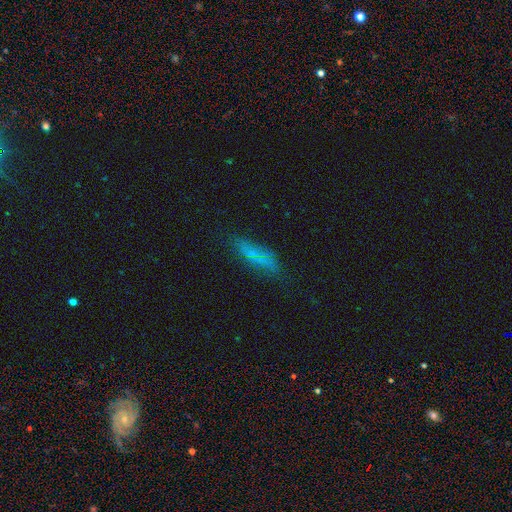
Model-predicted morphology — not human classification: Smooth or featured? smooth (58%)
How rounded? cigar-shaped (56%)
Merging? none (65%)